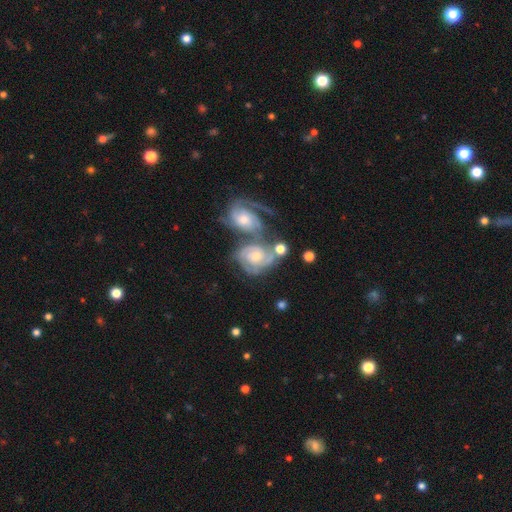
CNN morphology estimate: Q: Smooth or featured?
A: featured or disk (84%); runner-up: smooth (10%)
Q: Edge-on disk?
A: no (97%); runner-up: yes (3%)
Q: Bar?
A: no (66%); runner-up: weak (27%)
Q: Spiral arms?
A: yes (96%); runner-up: no (4%)
Q: Spiral winding?
A: tight (61%); runner-up: medium (32%)
Q: Spiral arm count?
A: 2 (34%); runner-up: 3 (30%)
Q: Bulge size?
A: moderate (57%); runner-up: small (34%)
Q: Merging?
A: merger (56%); runner-up: none (26%)